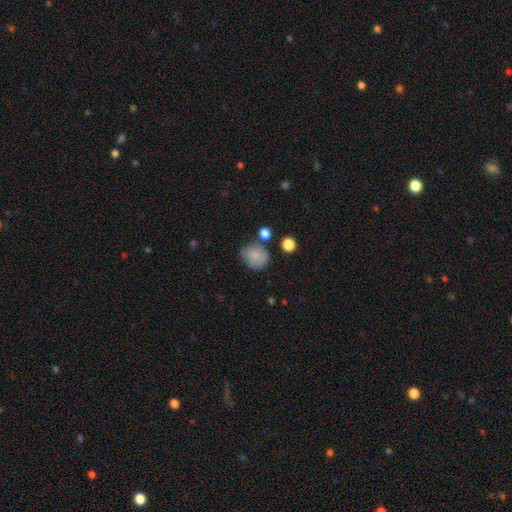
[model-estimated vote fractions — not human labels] Smooth or featured? Predicted: smooth (p=0.82). How rounded? Predicted: round (p=0.78). Merging? Predicted: none (p=0.62).